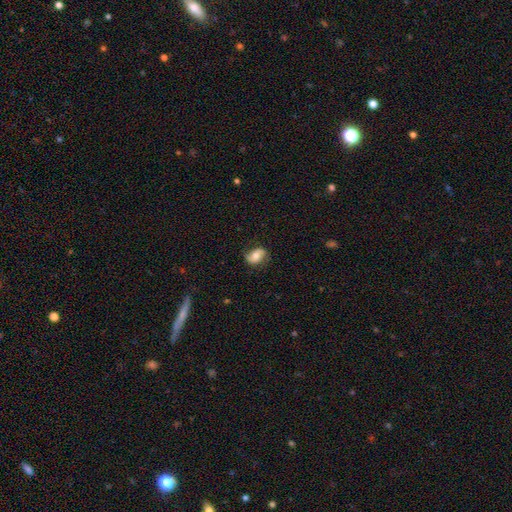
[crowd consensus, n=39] smooth-or-featured: featured or disk: 64% | smooth: 31% | star or artifact: 5%
  disk-edge-on: no: 92% | yes: 8%
    bar: no: 74% | weak: 26% | strong: 0%
    has-spiral-arms: yes: 74% | no: 26%
      spiral-winding: loose: 47% | medium: 41% | tight: 12%
      spiral-arm-count: 2: 100% | 1: 0% | 3: 0% | 4: 0% | more than 4: 0% | can't tell: 0%
    bulge-size: moderate: 83% | small: 9% | dominant: 4% | large: 4% | none: 0%
  merging: none: 86% | minor disturbance: 8% | major disturbance: 5% | merger: 0%